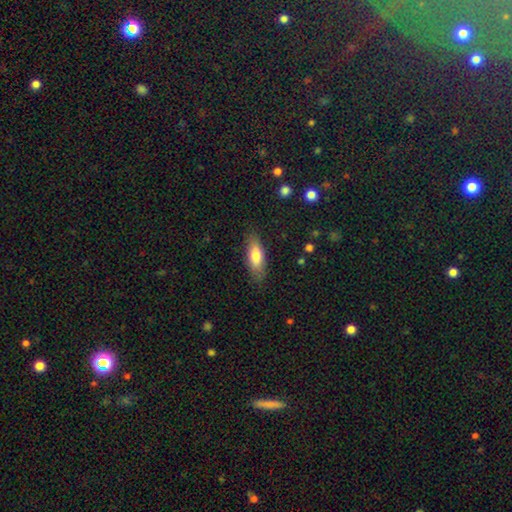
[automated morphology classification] Smooth or featured? Predicted: smooth (p=0.74). How rounded? Predicted: in between (p=0.68). Merging? Predicted: none (p=0.82).